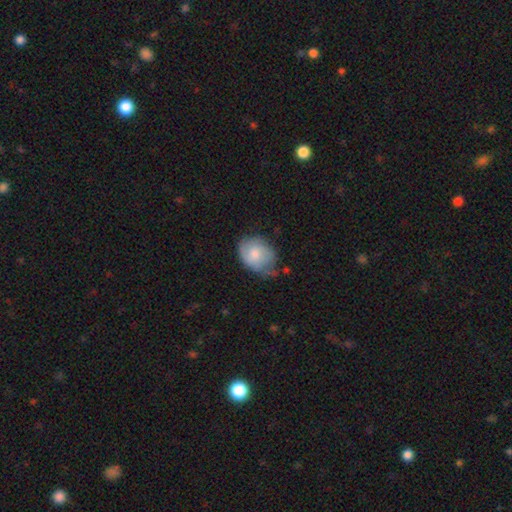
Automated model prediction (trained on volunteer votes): Smooth or featured? Predicted: smooth (p=0.69). How rounded? Predicted: in between (p=0.59). Merging? Predicted: none (p=0.45).